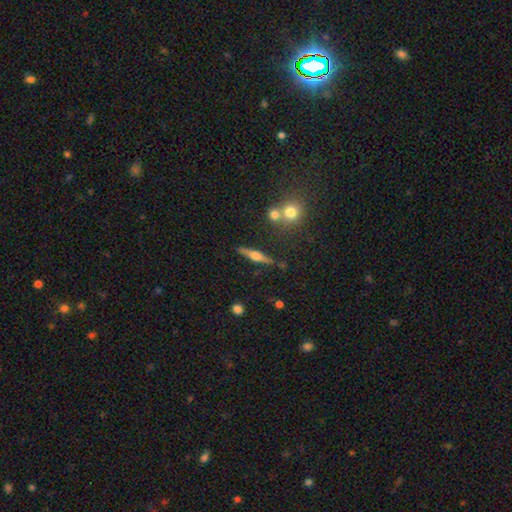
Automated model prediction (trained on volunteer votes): Smooth or featured?
  - featured or disk: 70% *
  - smooth: 23%
  - star or artifact: 7%
Edge-on disk?
  - yes: 97% *
  - no: 3%
Edge-on bulge?
  - rounded: 89% *
  - boxy: 8%
  - none: 3%
Merging?
  - none: 84% *
  - minor disturbance: 9%
  - merger: 5%
  - major disturbance: 3%